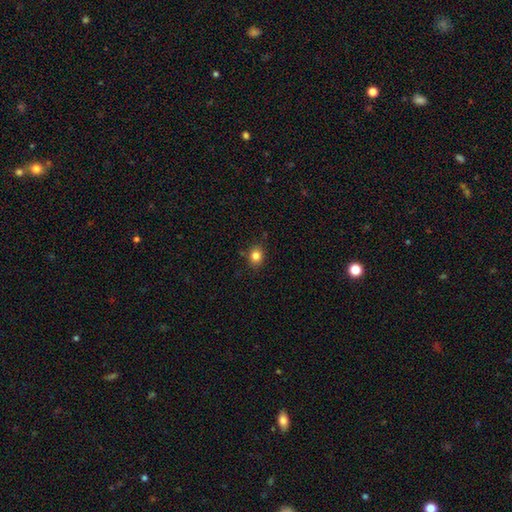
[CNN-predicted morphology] Q: Smooth or featured?
A: smooth (83%); runner-up: star or artifact (11%)
Q: How rounded?
A: round (64%); runner-up: in between (35%)
Q: Merging?
A: none (84%); runner-up: minor disturbance (11%)